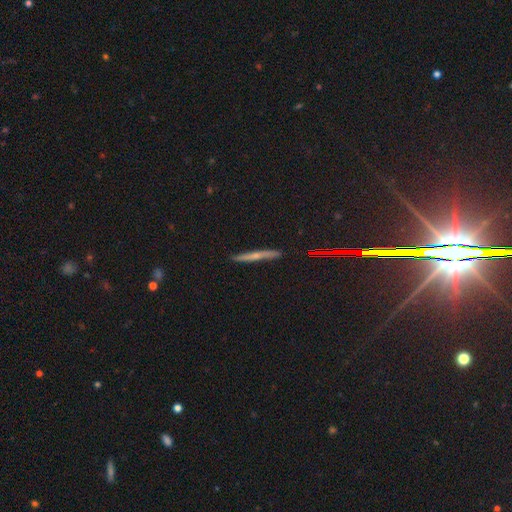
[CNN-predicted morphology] The model was most divided on "smooth or featured": featured or disk: 48%, smooth: 41%, star or artifact: 11%. More confident: merging — none (88%).